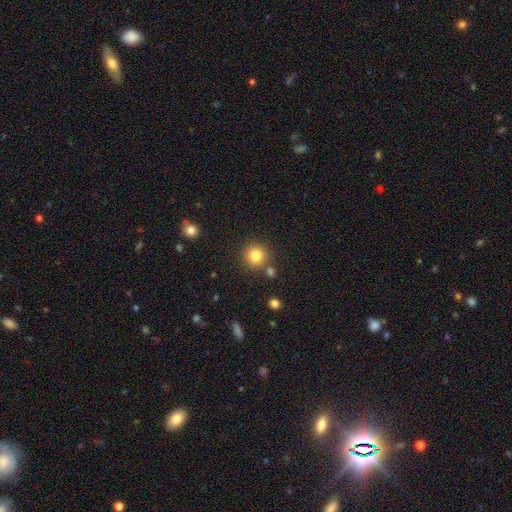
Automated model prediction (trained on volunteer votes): smooth-or-featured: smooth: 83% | star or artifact: 11% | featured or disk: 6%
  how-rounded: round: 93% | in between: 6% | cigar-shaped: 1%
  merging: none: 82% | minor disturbance: 8% | merger: 7% | major disturbance: 3%